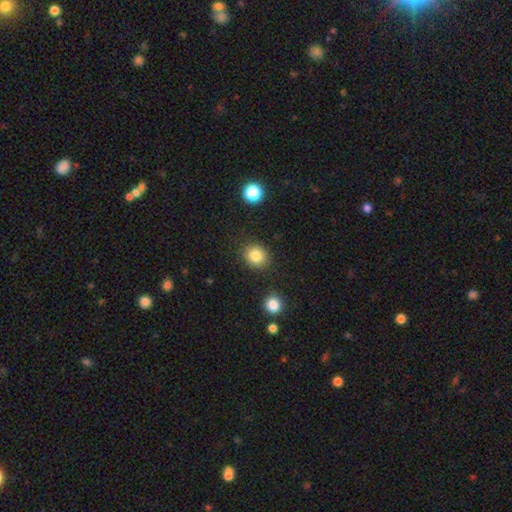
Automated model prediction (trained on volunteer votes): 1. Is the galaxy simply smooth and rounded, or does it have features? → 83% smooth, 11% star or artifact, 6% featured or disk.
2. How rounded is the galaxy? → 78% round, 21% in between, 1% cigar-shaped.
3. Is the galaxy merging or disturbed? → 86% none, 9% minor disturbance, 3% merger, 3% major disturbance.